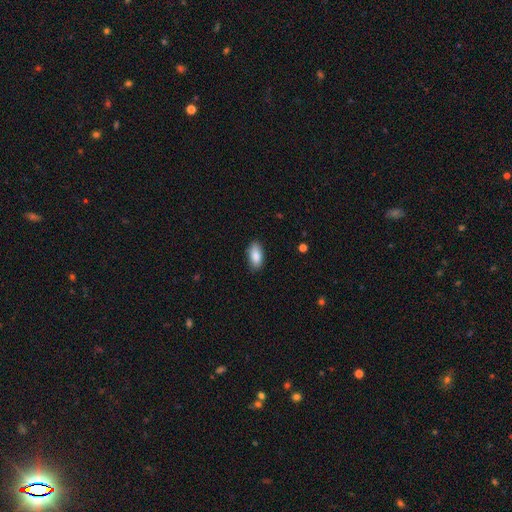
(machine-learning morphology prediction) Overall: smooth (88%). How rounded: in between (92%). Merging: none (85%).